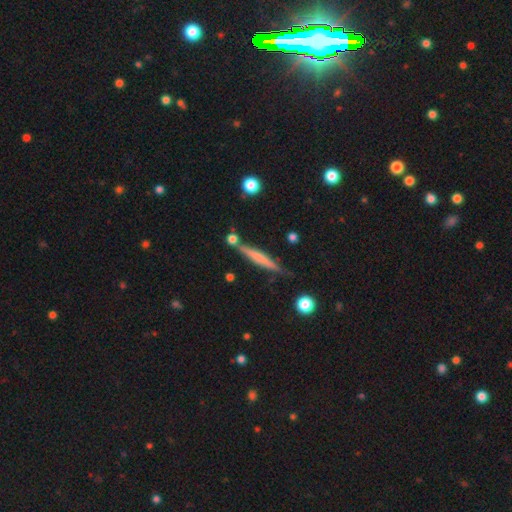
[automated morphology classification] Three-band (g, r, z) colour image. It shows a smooth galaxy with no disk features (47%). Merging: none (78%).